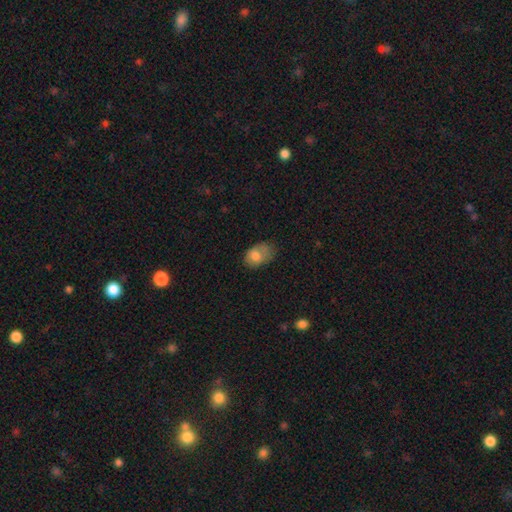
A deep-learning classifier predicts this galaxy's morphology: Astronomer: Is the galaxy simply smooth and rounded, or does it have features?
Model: smooth — 76%.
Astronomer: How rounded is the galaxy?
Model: in between — 83%.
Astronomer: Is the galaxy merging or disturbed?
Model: none — 40% (runner-up: minor disturbance, 38%).